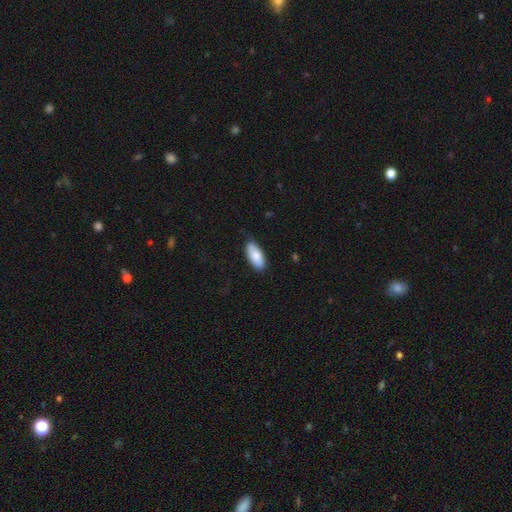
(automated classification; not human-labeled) Smooth or featured?
  - smooth: 84% *
  - featured or disk: 10%
  - star or artifact: 6%
How rounded?
  - in between: 87% *
  - cigar-shaped: 12%
  - round: 2%
Merging?
  - none: 79% *
  - minor disturbance: 18%
  - major disturbance: 3%
  - merger: 1%